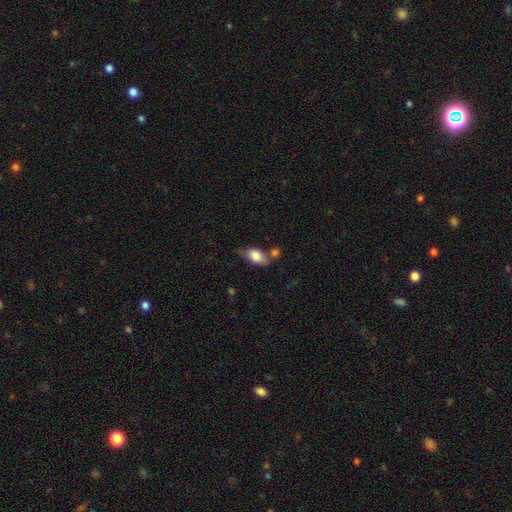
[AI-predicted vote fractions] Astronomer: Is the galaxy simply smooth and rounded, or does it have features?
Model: smooth — 74%.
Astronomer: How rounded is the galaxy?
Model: in between — 86%.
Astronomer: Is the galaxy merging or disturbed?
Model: none — 42% (runner-up: minor disturbance, 27%).